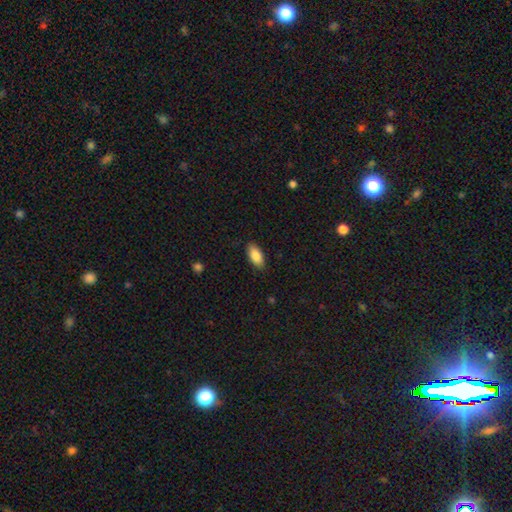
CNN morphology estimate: The model was most divided on "merging": none: 87%, minor disturbance: 10%, major disturbance: 2%, merger: 1%. More confident: how rounded — in between (89%); smooth or featured — smooth (85%).